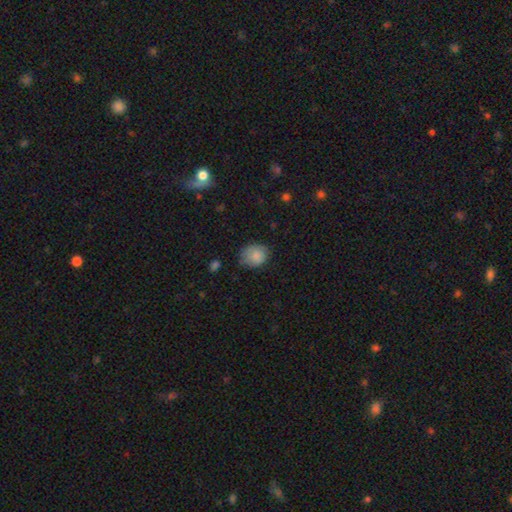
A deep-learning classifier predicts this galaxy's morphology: smooth 84%, star or artifact 8%, featured or disk 8%. Down the decision tree: how rounded — round (59%); merging — none (63%).